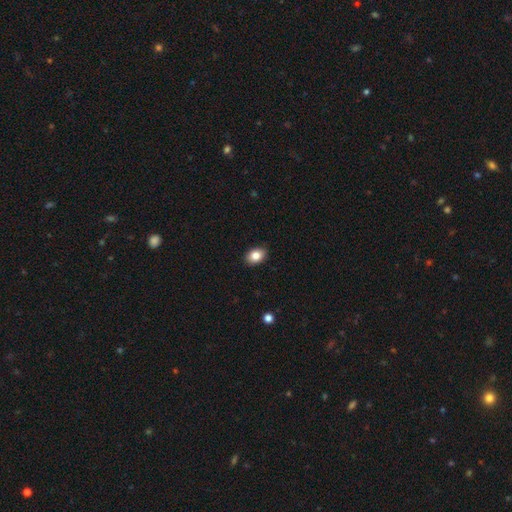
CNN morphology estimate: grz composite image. It shows a smooth galaxy with no disk features (84%) that is in between round and cigar-shaped (76%). Merging: none (90%).